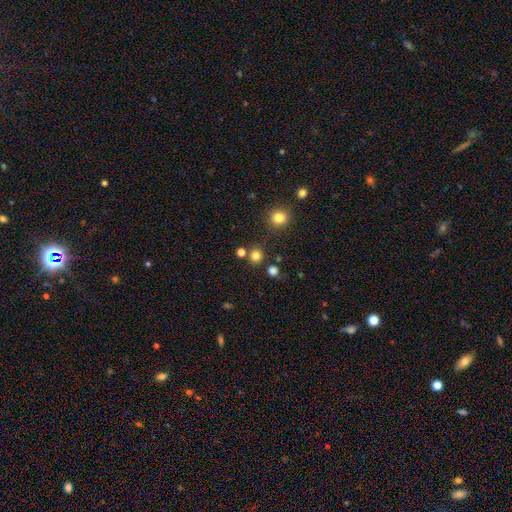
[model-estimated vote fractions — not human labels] The model was most divided on "smooth or featured": smooth: 78%, star or artifact: 17%, featured or disk: 5%. More confident: how rounded — round (88%); merging — none (81%).